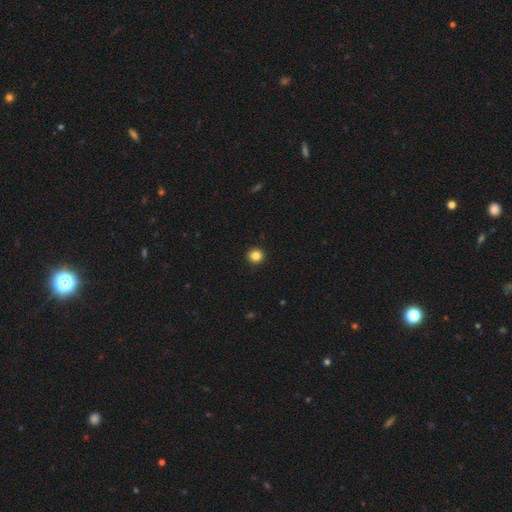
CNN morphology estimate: This appears to be a smooth galaxy with no disk features (84%) that is round (95%). Merging: none (94%).